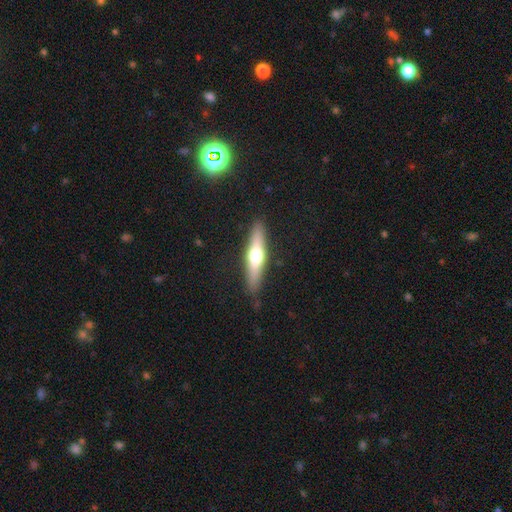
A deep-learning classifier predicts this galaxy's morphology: Smooth or featured? featured or disk (49%)
Merging? none (88%)